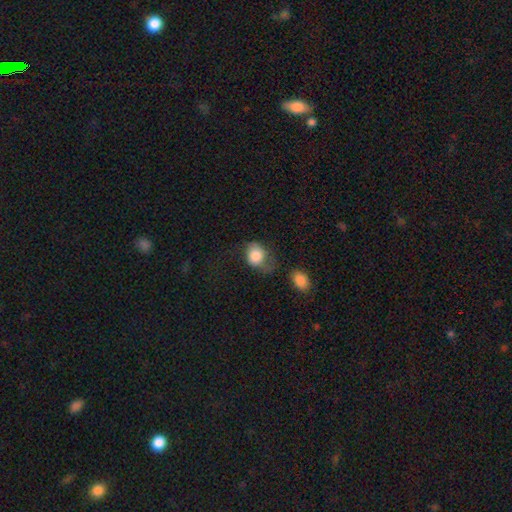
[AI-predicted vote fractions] A smooth galaxy with no disk features (83%) that is round (50%).

Vote fractions:
- Smooth or featured? smooth: 83% / featured or disk: 9% / star or artifact: 7%
- How rounded? round: 50% / in between: 49% / cigar-shaped: 1%
- Merging? none: 33% / minor disturbance: 31% / major disturbance: 28% / merger: 9%